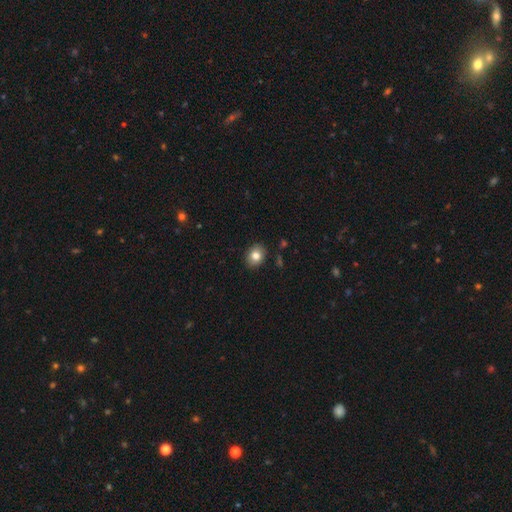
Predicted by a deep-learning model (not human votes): smooth 81%, featured or disk 9%, star or artifact 9%. Down the decision tree: how rounded — in between (53%); merging — none (89%).